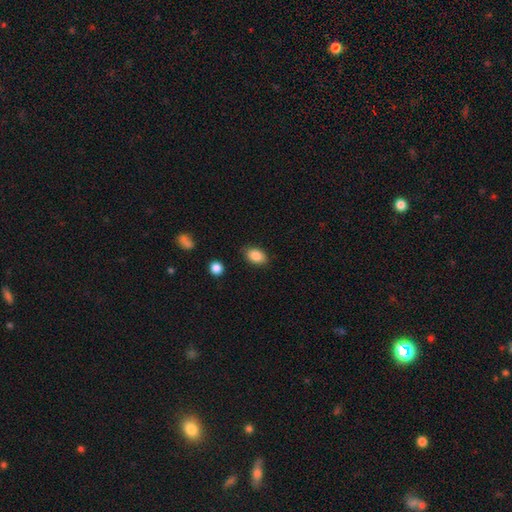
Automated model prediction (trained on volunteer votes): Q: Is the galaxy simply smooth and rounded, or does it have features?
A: smooth — 87%.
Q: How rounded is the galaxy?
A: in between — 88%.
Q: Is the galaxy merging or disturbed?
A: none — 84%.